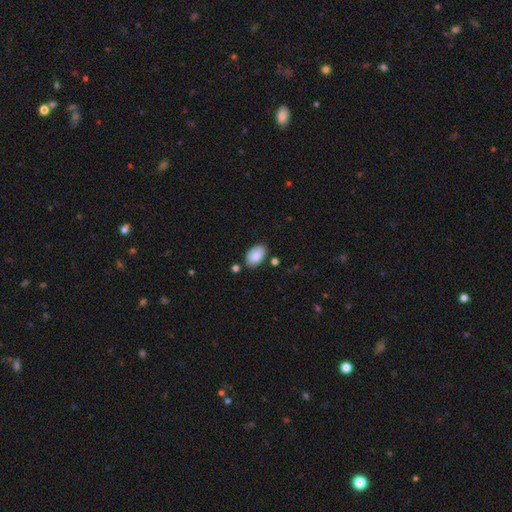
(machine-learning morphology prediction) type=smooth (88%); roundness=in between (93%); merging=none (81%).